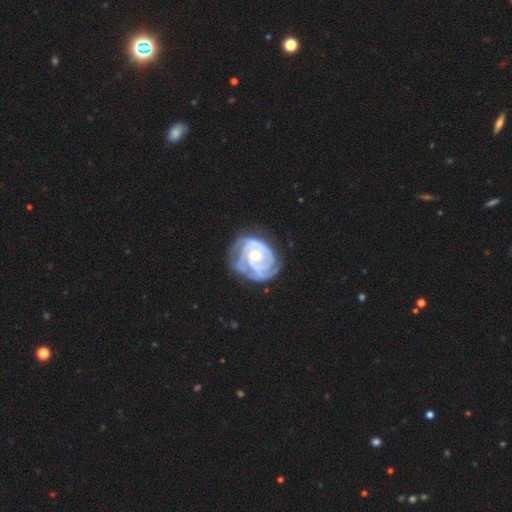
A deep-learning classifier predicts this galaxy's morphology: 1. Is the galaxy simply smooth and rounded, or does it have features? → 89% featured or disk, 7% smooth, 4% star or artifact.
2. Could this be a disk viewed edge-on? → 98% no, 2% yes.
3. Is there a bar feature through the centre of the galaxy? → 65% no, 27% weak, 7% strong.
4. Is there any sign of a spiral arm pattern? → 96% yes, 4% no.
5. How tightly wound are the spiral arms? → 75% tight, 21% medium, 4% loose.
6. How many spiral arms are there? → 29% 3, 27% 2, 25% can't tell, 9% 4, 6% 1, 5% more than 4.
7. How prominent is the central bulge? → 54% moderate, 40% small, 3% large, 2% none, 1% dominant.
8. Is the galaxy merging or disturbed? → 65% none, 23% minor disturbance, 10% major disturbance, 2% merger.